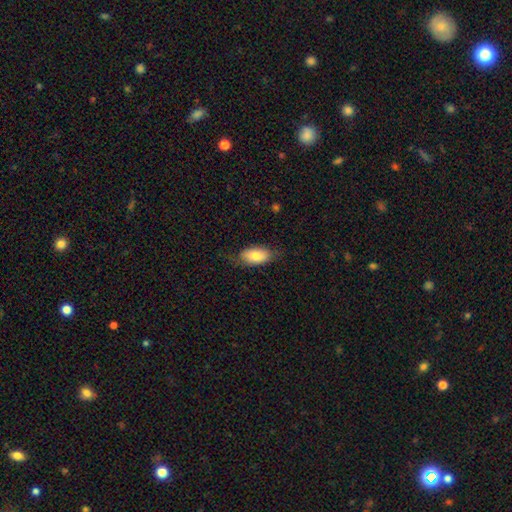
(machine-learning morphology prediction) Q: Smooth or featured?
A: smooth (77%); runner-up: featured or disk (16%)
Q: How rounded?
A: in between (92%); runner-up: cigar-shaped (4%)
Q: Merging?
A: none (72%); runner-up: minor disturbance (21%)